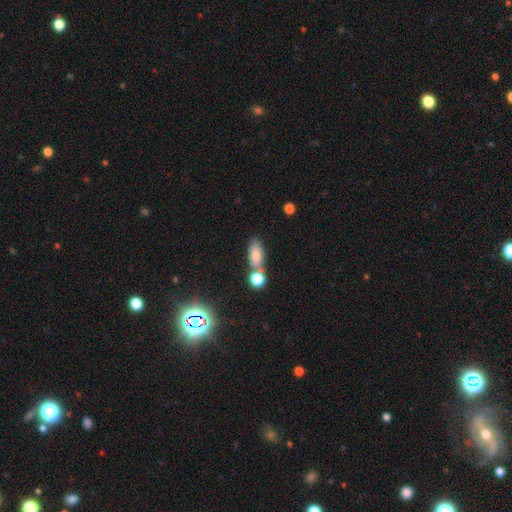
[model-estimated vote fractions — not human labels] Morphology: type=smooth (79%); roundness=in between (80%); merging=none (51%).